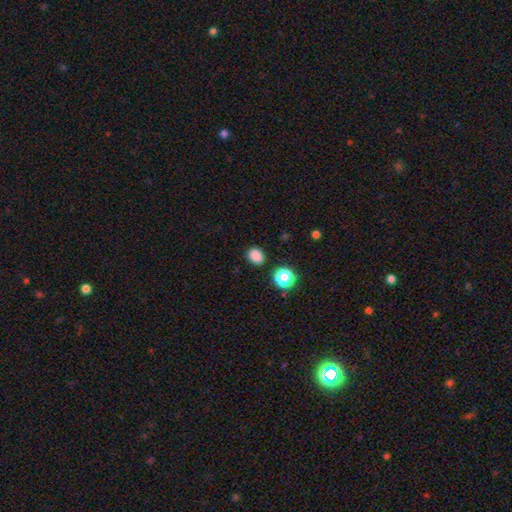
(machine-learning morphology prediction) This appears to be a smooth galaxy with no disk features (83%) that is round (53%). Merging: none (86%).